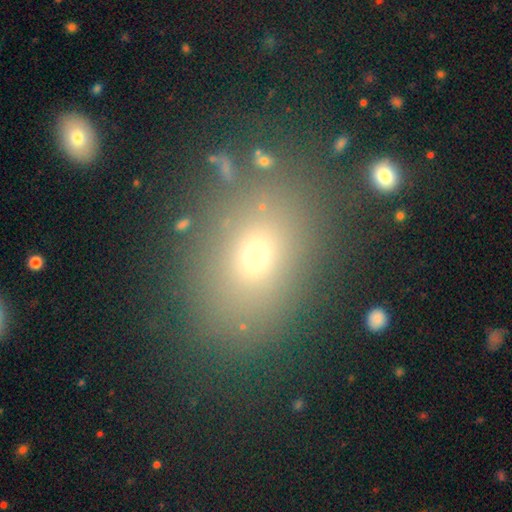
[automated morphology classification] This is likely a smooth galaxy (68%). How rounded: likely in between (63%). Merging: likely none (79%).